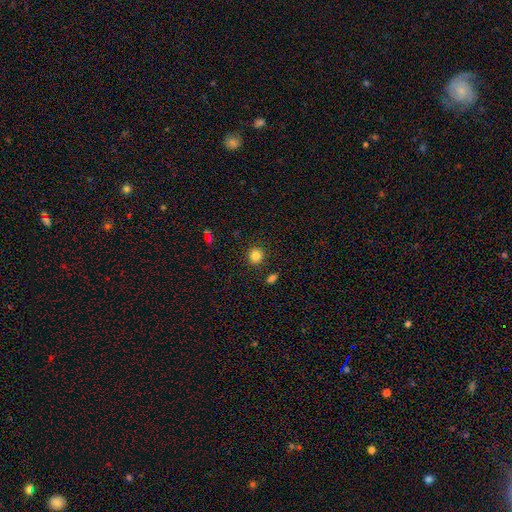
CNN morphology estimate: This is clearly a smooth galaxy (83%). How rounded: clearly round (90%). Merging: clearly none (89%).